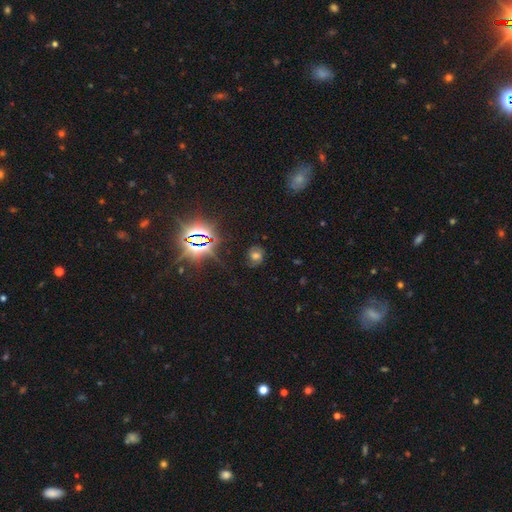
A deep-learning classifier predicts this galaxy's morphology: type=smooth (40%); merging=none (74%).